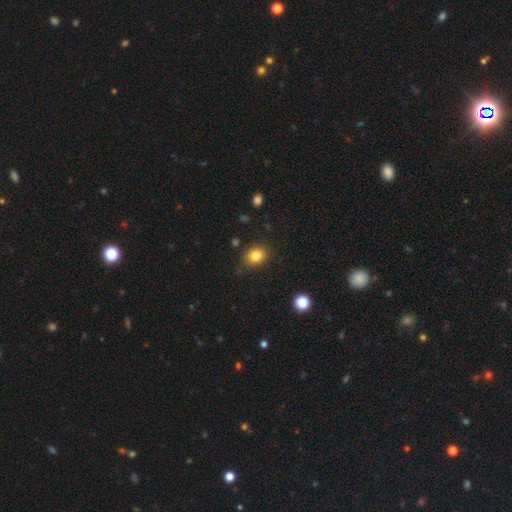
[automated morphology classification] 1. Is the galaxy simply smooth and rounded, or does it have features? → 83% smooth, 10% star or artifact, 7% featured or disk.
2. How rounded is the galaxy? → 50% round, 49% in between, 1% cigar-shaped.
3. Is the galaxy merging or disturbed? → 85% none, 11% minor disturbance, 3% major disturbance, 2% merger.